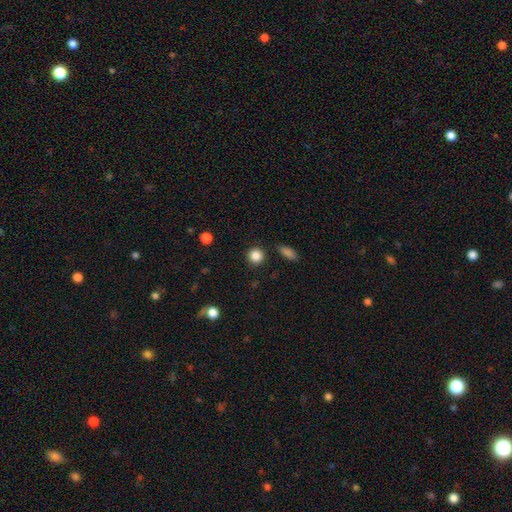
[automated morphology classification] A smooth galaxy with no disk features (86%) that is round (92%).

Vote fractions:
- Smooth or featured? smooth: 86% / star or artifact: 10% / featured or disk: 4%
- How rounded? round: 92% / in between: 7% / cigar-shaped: 1%
- Merging? none: 90% / minor disturbance: 6% / merger: 2% / major disturbance: 2%